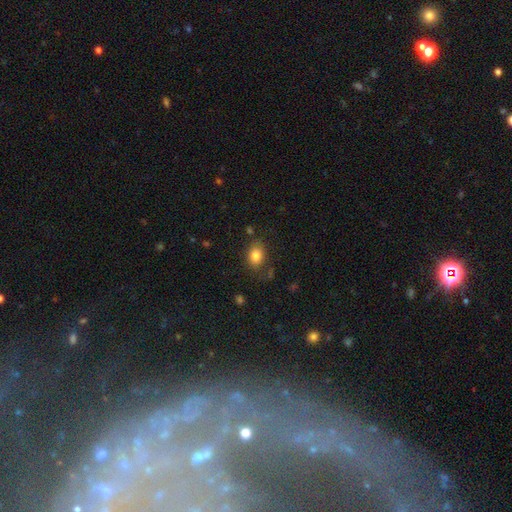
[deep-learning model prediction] Morphology: type=smooth (83%); roundness=in between (68%); merging=none (76%).